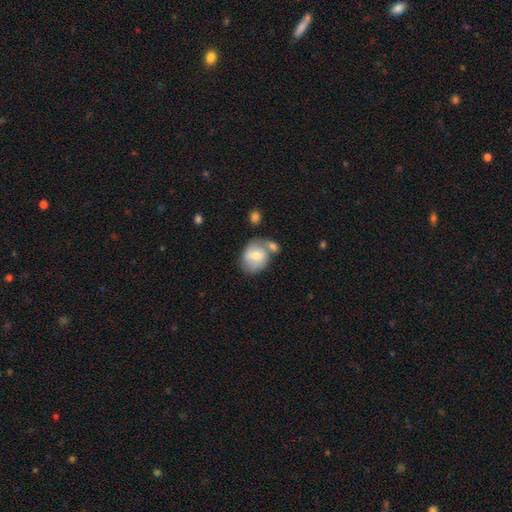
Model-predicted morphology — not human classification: smooth-or-featured: smooth: 63% | featured or disk: 30% | star or artifact: 7%
  how-rounded: round: 52% | in between: 47% | cigar-shaped: 1%
  merging: none: 40% | merger: 35% | minor disturbance: 18% | major disturbance: 7%